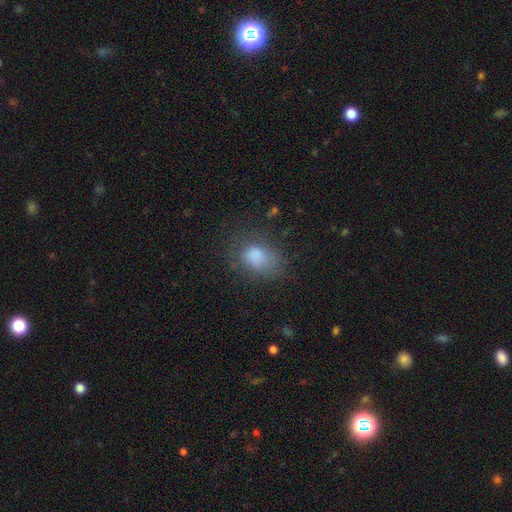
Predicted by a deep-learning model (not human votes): Smooth or featured? smooth (80%)
How rounded? in between (70%)
Merging? none (61%)